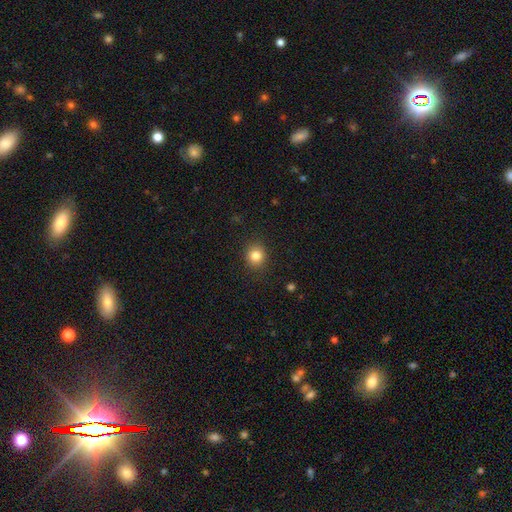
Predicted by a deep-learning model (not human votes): This appears to be a smooth galaxy with no disk features (83%) that is round (82%). Merging: none (89%).